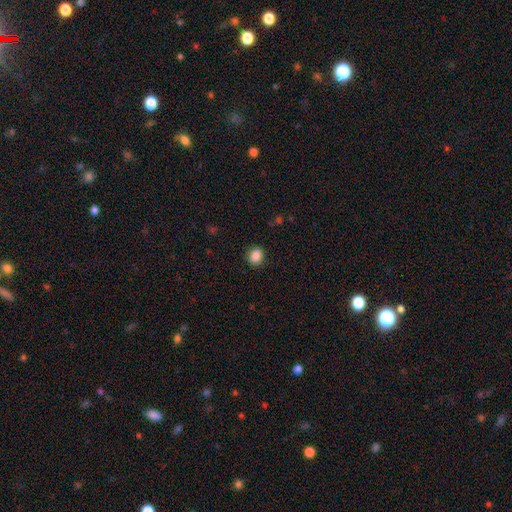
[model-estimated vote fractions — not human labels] smooth 87%, star or artifact 10%, featured or disk 4%. Down the decision tree: how rounded — round (65%); merging — none (88%).